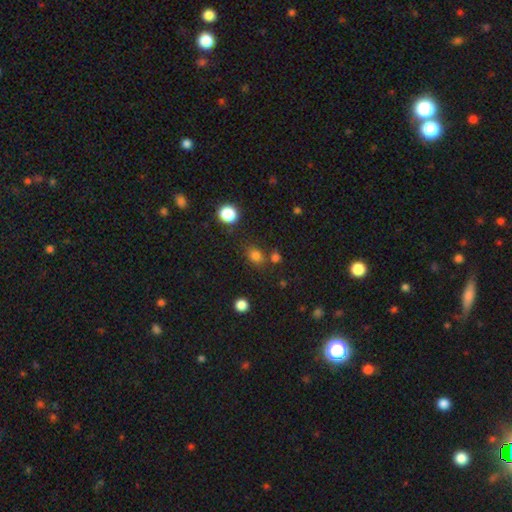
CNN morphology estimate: The model was most divided on "how rounded": in between: 52%, round: 46%, cigar-shaped: 1%. More confident: smooth or featured — smooth (79%); merging — none (71%).